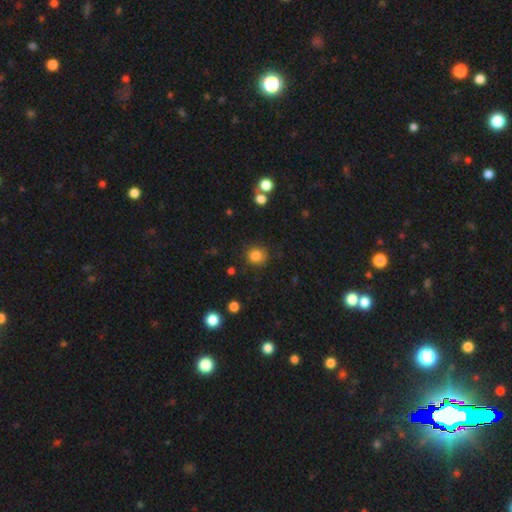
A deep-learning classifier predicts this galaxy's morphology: smooth_or_featured: smooth (p=0.84) [alt: star or artifact p=0.11]
how_rounded: round (p=0.89) [alt: in between p=0.10]
merging: none (p=0.84) [alt: minor disturbance p=0.11]